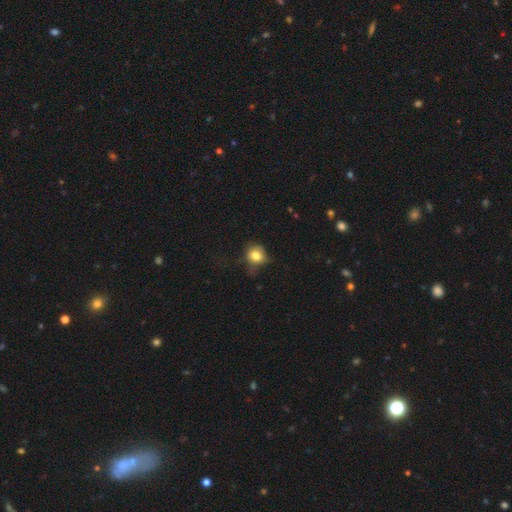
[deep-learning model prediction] Smooth or featured: smooth — 79% (star or artifact — 11%)
How rounded: round — 75% (in between — 24%)
Merging: none — 55% (minor disturbance — 29%)